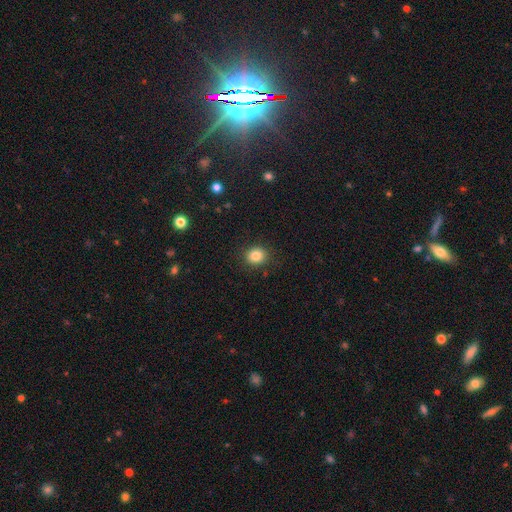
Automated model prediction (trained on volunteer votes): This is clearly a smooth galaxy (84%). How rounded: likely round (78%). Merging: clearly none (88%).